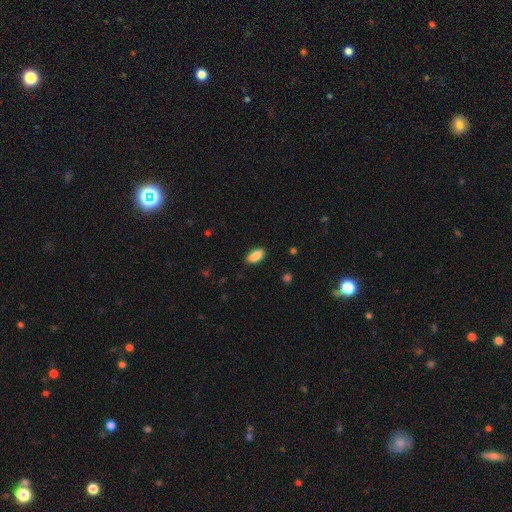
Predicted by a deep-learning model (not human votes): A smooth galaxy with no disk features (86%) that is in between round and cigar-shaped (86%).

Vote fractions:
- Smooth or featured? smooth: 86% / star or artifact: 8% / featured or disk: 6%
- How rounded? in between: 86% / cigar-shaped: 11% / round: 3%
- Merging? none: 72% / minor disturbance: 17% / merger: 7% / major disturbance: 4%